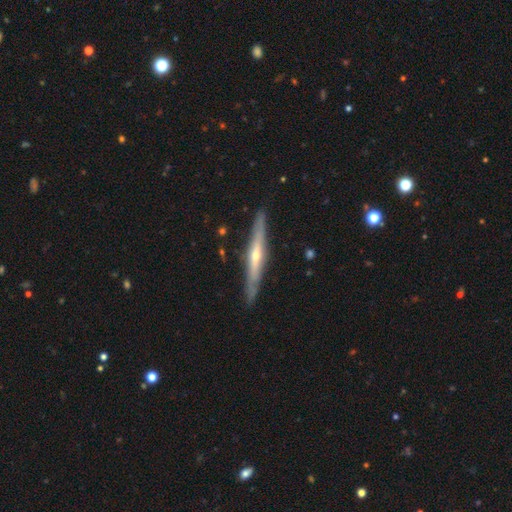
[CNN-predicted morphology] This is likely a featured or disk galaxy (72%). It is clearly viewed edge-on (94%). Edge-on bulge: likely rounded (78%). Merging: clearly none (87%).